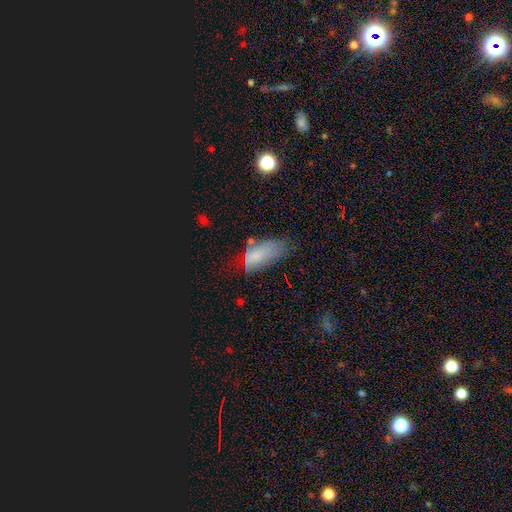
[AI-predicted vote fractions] A smooth galaxy with no disk features (64%) that is in between round and cigar-shaped (83%). Merging: none (39%).